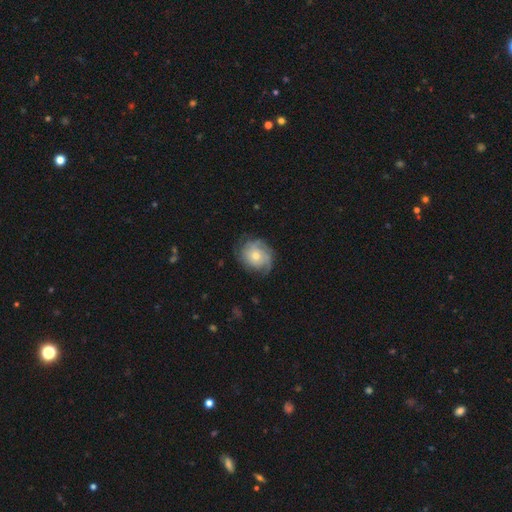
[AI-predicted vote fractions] A featured or disk galaxy (59%) with no bar (83%), spiral arms (84%) and a moderate central bulge (49%).

Vote fractions:
- Smooth or featured? featured or disk: 59% / smooth: 34% / star or artifact: 7%
- Edge-on disk? no: 97% / yes: 3%
- Bar? no: 83% / weak: 14% / strong: 2%
- Spiral arms? yes: 84% / no: 16%
- Bulge size? moderate: 49% / small: 46% / large: 3% / none: 1% / dominant: 1%
- Merging? none: 66% / minor disturbance: 23% / major disturbance: 11% / merger: 1%